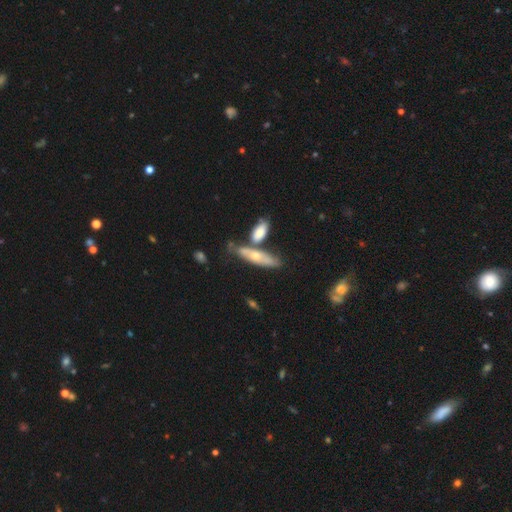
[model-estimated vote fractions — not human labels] This is possibly a smooth galaxy (48%). Merging: possibly none (50%).